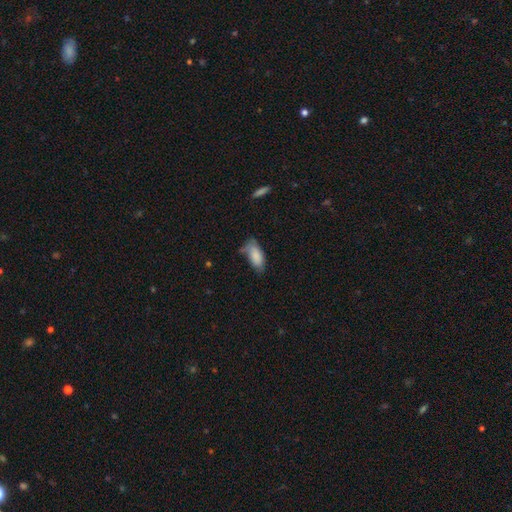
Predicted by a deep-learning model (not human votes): A smooth galaxy with no disk features (83%) that is in between round and cigar-shaped (90%). Merging: none (46%).